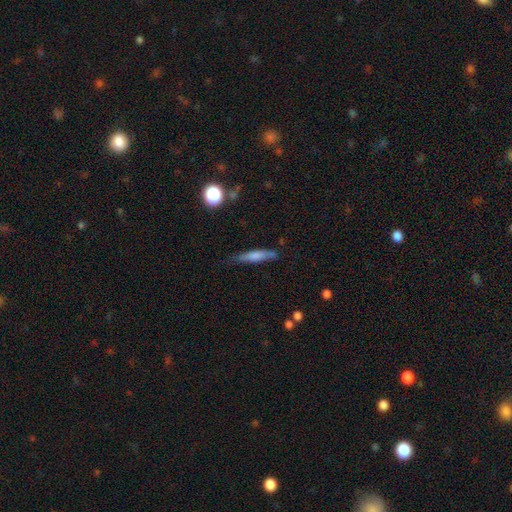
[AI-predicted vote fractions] smooth 67%, featured or disk 26%, star or artifact 7%. Down the decision tree: how rounded — cigar-shaped (84%); merging — none (70%).